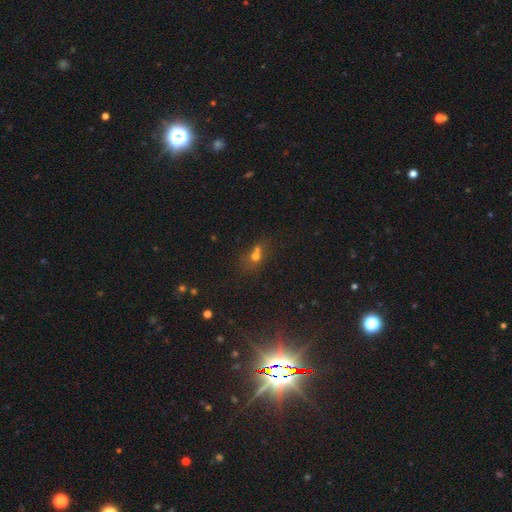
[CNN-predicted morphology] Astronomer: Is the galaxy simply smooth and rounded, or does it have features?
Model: smooth — 61%.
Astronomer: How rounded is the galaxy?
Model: round — 64%.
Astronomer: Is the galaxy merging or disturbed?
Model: merger — 51% (runner-up: none, 33%).